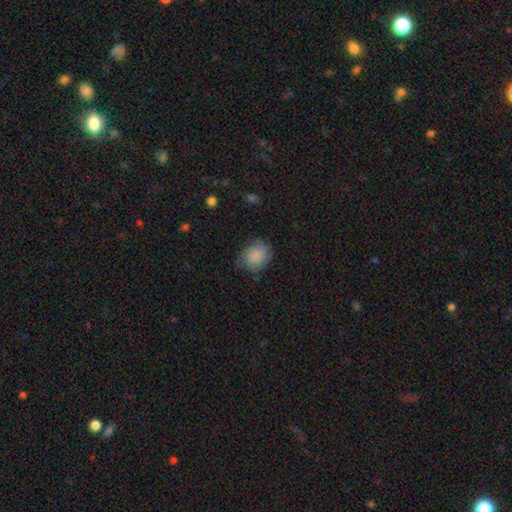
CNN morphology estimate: Q: Smooth or featured?
A: smooth (80%); runner-up: featured or disk (12%)
Q: How rounded?
A: round (67%); runner-up: in between (32%)
Q: Merging?
A: none (71%); runner-up: minor disturbance (21%)